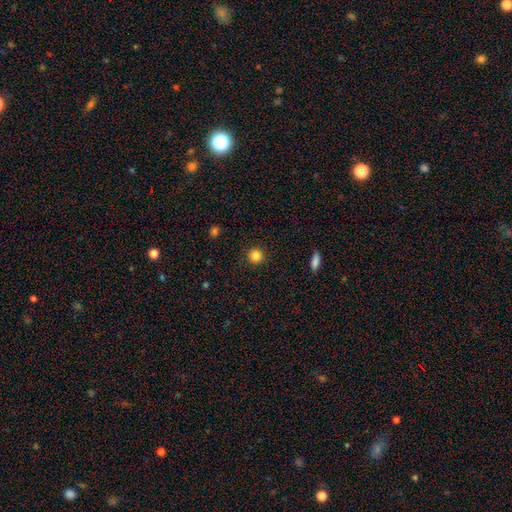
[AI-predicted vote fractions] smooth_or_featured: smooth (p=0.84) [alt: star or artifact p=0.11]
how_rounded: round (p=0.95) [alt: in between p=0.04]
merging: none (p=0.92) [alt: minor disturbance p=0.05]